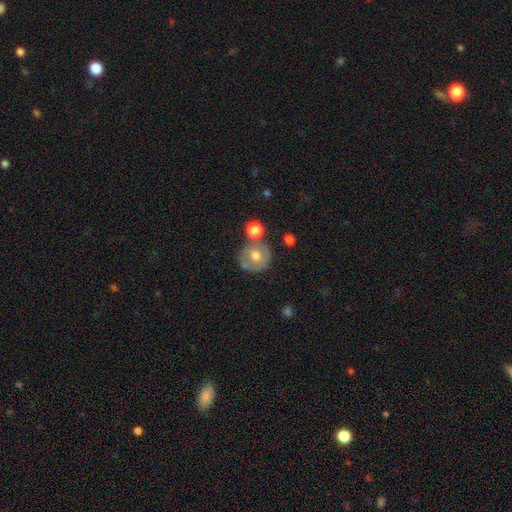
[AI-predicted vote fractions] Smooth or featured? smooth (58%)
How rounded? round (85%)
Merging? none (61%)